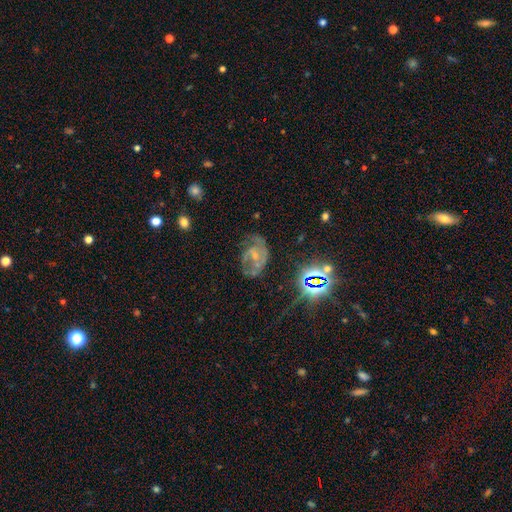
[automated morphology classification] Q: Smooth or featured?
A: featured or disk (66%); runner-up: star or artifact (18%)
Q: Edge-on disk?
A: no (97%); runner-up: yes (3%)
Q: Bar?
A: no (62%); runner-up: weak (30%)
Q: Spiral arms?
A: yes (81%); runner-up: no (19%)
Q: Spiral winding?
A: medium (45%); runner-up: tight (34%)
Q: Spiral arm count?
A: 2 (44%); runner-up: can't tell (28%)
Q: Bulge size?
A: small (66%); runner-up: moderate (23%)
Q: Merging?
A: none (45%); runner-up: major disturbance (27%)